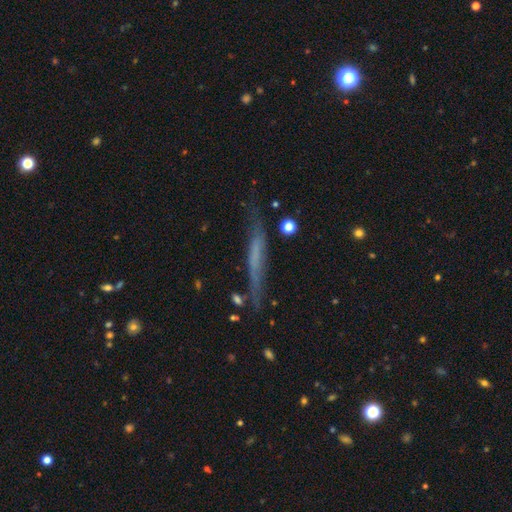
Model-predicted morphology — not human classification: smooth-or-featured: featured or disk: 49% | smooth: 42% | star or artifact: 9%
  merging: none: 70% | minor disturbance: 20% | major disturbance: 7% | merger: 3%